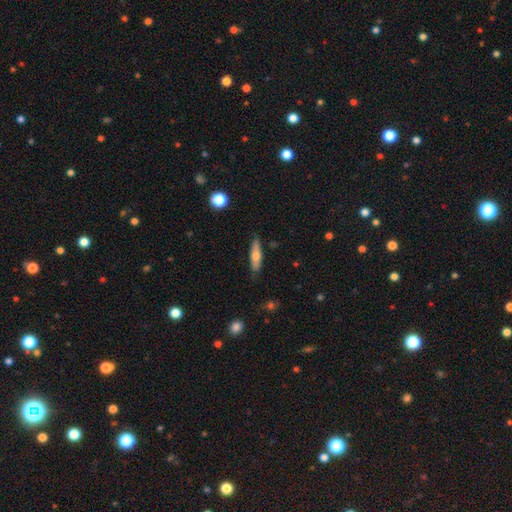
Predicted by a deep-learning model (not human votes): Smooth or featured: smooth — 62% (featured or disk — 32%)
How rounded: cigar-shaped — 70% (in between — 28%)
Merging: none — 84% (minor disturbance — 13%)